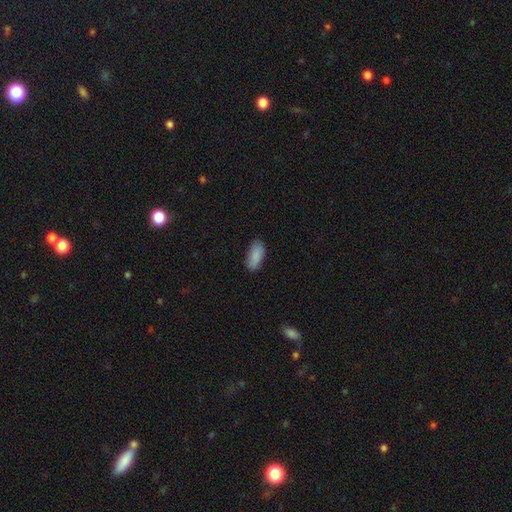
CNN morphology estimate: Smooth or featured? smooth (89%)
How rounded? in between (90%)
Merging? none (83%)